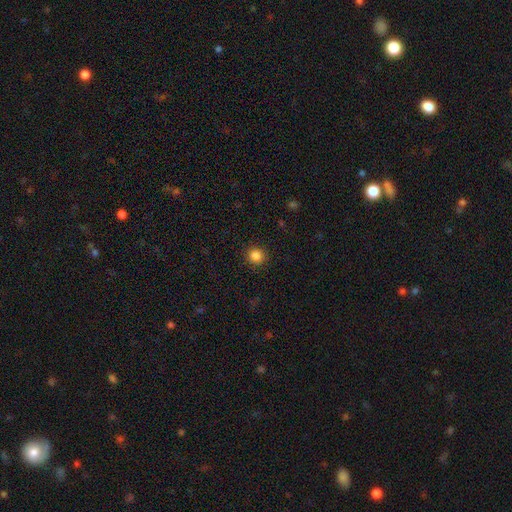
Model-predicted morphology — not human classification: Smooth or featured? Predicted: smooth (p=0.85). How rounded? Predicted: round (p=0.91). Merging? Predicted: none (p=0.91).